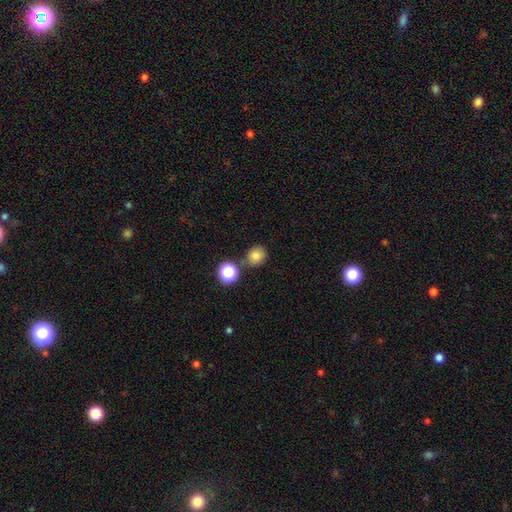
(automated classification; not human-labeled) A smooth galaxy with no disk features (79%) that is round (83%).

Vote fractions:
- Smooth or featured? smooth: 79% / star or artifact: 14% / featured or disk: 6%
- How rounded? round: 83% / in between: 17% / cigar-shaped: 1%
- Merging? none: 78% / merger: 10% / minor disturbance: 10% / major disturbance: 3%